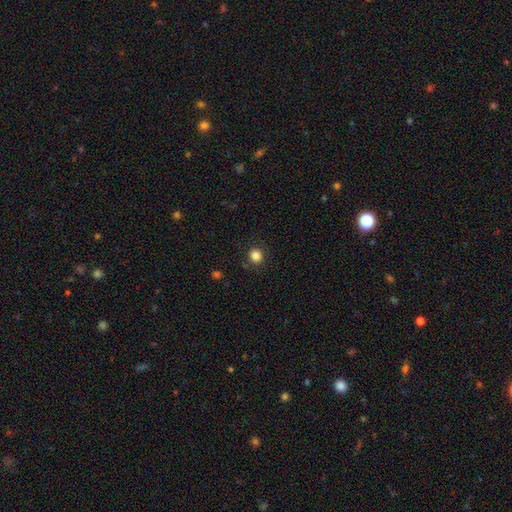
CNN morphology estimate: The model was most divided on "smooth or featured": smooth: 84%, star or artifact: 12%, featured or disk: 4%. More confident: how rounded — round (91%); merging — none (88%).